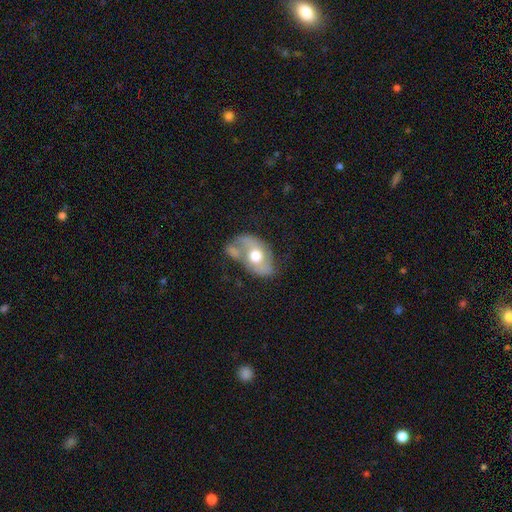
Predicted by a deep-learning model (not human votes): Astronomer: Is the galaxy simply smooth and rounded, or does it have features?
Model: featured or disk — 68%.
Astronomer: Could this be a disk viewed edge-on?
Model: no — 94%.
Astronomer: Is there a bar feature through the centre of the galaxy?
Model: no — 72%.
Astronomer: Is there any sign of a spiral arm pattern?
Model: yes — 65%.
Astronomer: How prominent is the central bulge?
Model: moderate — 58% (runner-up: large, 35%).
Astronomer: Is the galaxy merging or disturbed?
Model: none — 41% (runner-up: minor disturbance, 25%).